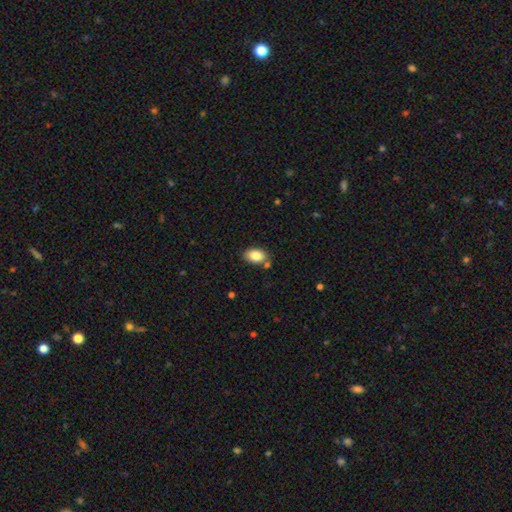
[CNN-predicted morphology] Smooth or featured?
  - smooth: 86% *
  - star or artifact: 8%
  - featured or disk: 7%
How rounded?
  - in between: 90% *
  - round: 9%
  - cigar-shaped: 1%
Merging?
  - none: 78% *
  - minor disturbance: 13%
  - merger: 6%
  - major disturbance: 3%